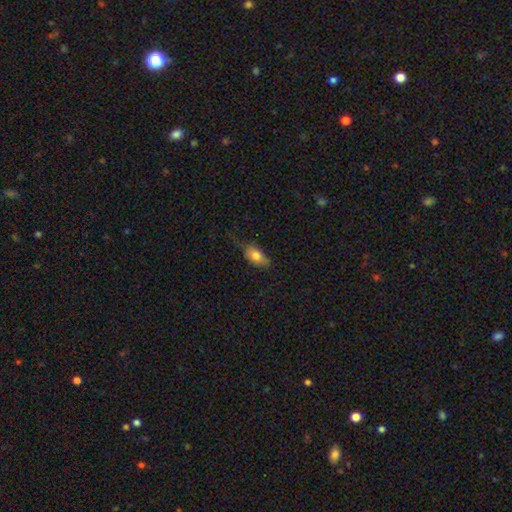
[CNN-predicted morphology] This appears to be a smooth galaxy with no disk features (77%) that is in between round and cigar-shaped (86%). Merging: none (56%).